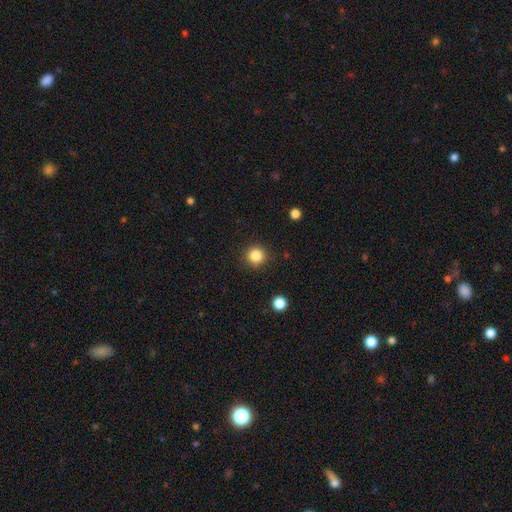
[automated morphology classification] Smooth or featured? smooth (85%)
How rounded? round (94%)
Merging? none (89%)